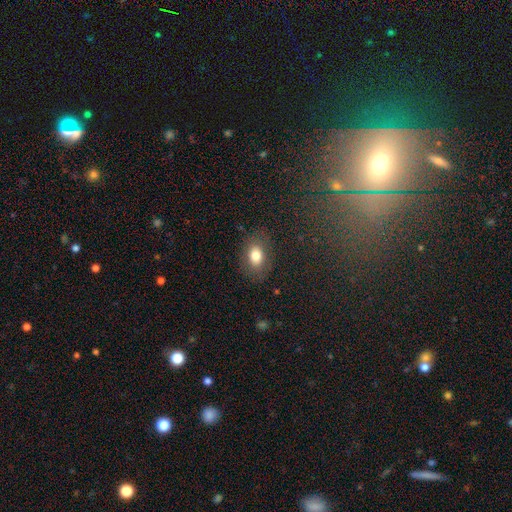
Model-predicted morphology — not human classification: A smooth galaxy with no disk features (77%) that is in between round and cigar-shaped (83%). Merging: none (82%).